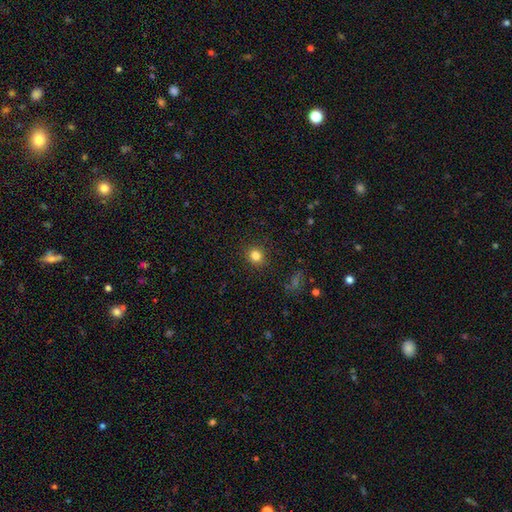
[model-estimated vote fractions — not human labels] The model was most divided on "smooth or featured": smooth: 81%, star or artifact: 13%, featured or disk: 6%. More confident: merging — none (91%); how rounded — round (86%).